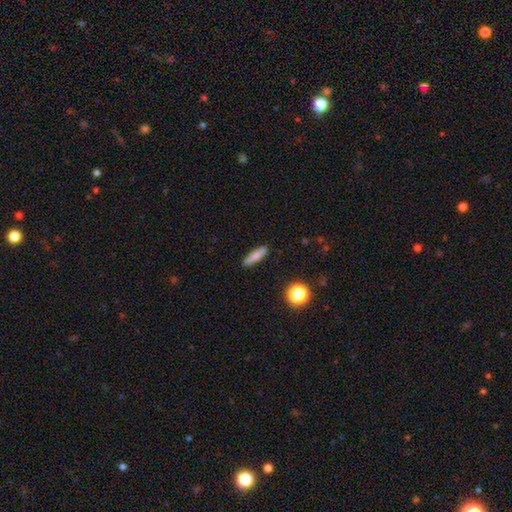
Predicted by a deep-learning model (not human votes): Q: Smooth or featured?
A: smooth (78%); runner-up: featured or disk (13%)
Q: How rounded?
A: cigar-shaped (72%); runner-up: in between (24%)
Q: Merging?
A: none (89%); runner-up: minor disturbance (8%)